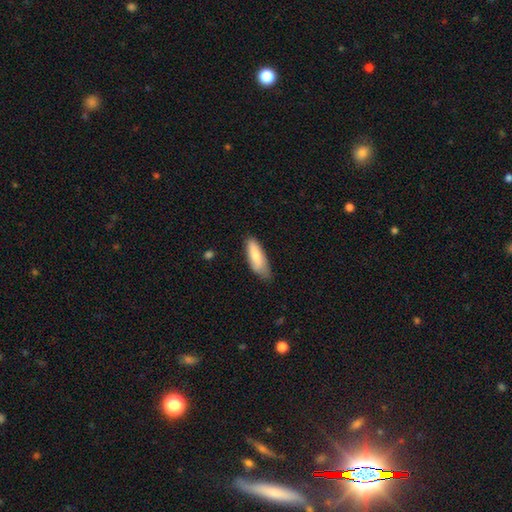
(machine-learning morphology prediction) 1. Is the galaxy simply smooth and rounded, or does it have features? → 80% smooth, 14% featured or disk, 6% star or artifact.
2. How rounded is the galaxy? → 59% in between, 40% cigar-shaped, 2% round.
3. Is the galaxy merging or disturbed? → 63% none, 30% minor disturbance, 5% major disturbance, 2% merger.